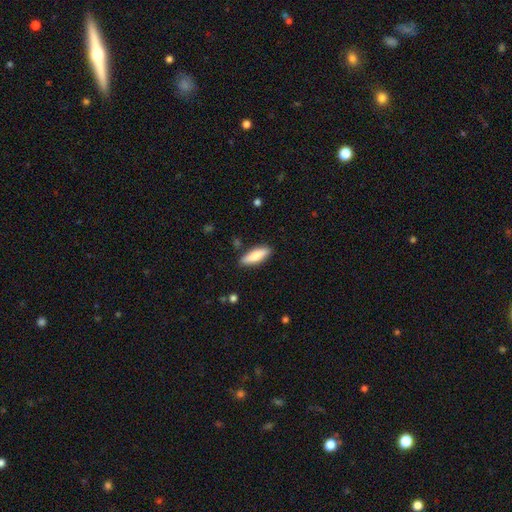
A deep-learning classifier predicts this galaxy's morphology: Smooth or featured: smooth — 77% (featured or disk — 17%)
How rounded: in between — 51% (cigar-shaped — 47%)
Merging: none — 86% (minor disturbance — 10%)